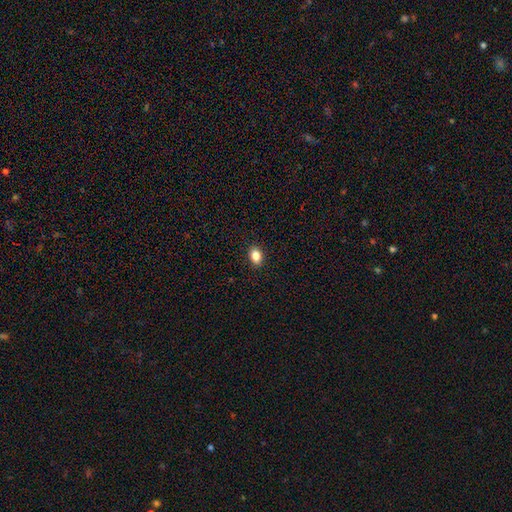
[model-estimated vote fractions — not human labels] Smooth or featured: smooth — 86% (star or artifact — 9%)
How rounded: in between — 78% (round — 21%)
Merging: none — 91% (minor disturbance — 7%)